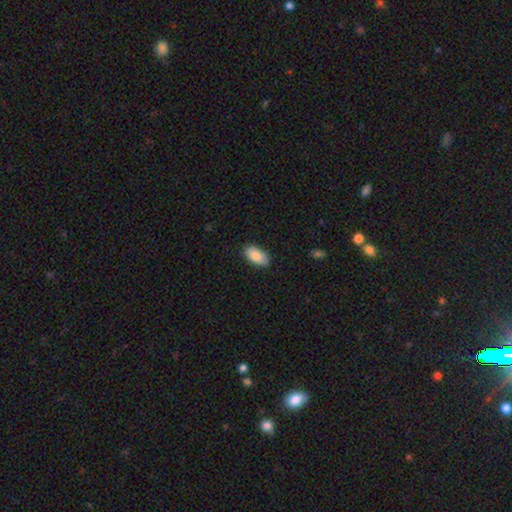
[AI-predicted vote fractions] A smooth galaxy with no disk features (86%) that is in between round and cigar-shaped (94%).

Vote fractions:
- Smooth or featured? smooth: 86% / featured or disk: 7% / star or artifact: 6%
- How rounded? in between: 94% / cigar-shaped: 4% / round: 3%
- Merging? none: 86% / minor disturbance: 11% / major disturbance: 2% / merger: 1%